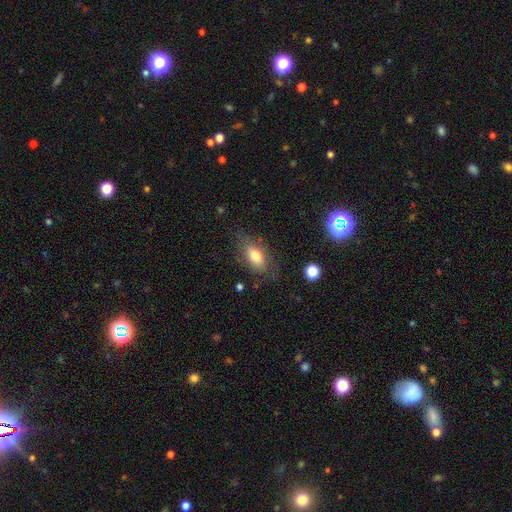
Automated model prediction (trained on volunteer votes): smooth_or_featured: smooth (p=0.72) [alt: featured or disk p=0.20]
how_rounded: in between (p=0.86) [alt: round p=0.07]
merging: none (p=0.72) [alt: minor disturbance p=0.19]